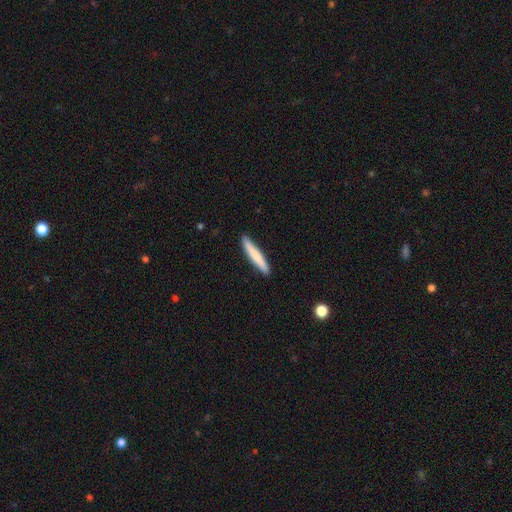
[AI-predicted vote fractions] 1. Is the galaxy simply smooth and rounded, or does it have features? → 74% smooth, 21% featured or disk, 5% star or artifact.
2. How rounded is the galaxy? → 94% cigar-shaped, 4% in between, 1% round.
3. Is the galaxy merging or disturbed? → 89% none, 8% minor disturbance, 1% major disturbance, 1% merger.